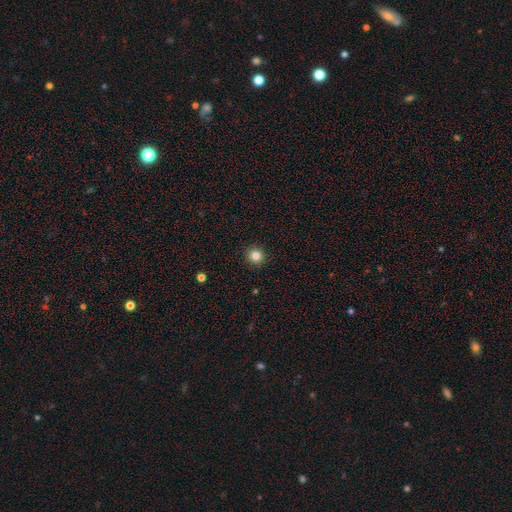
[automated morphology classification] Smooth or featured?
  - smooth: 82% *
  - star or artifact: 12%
  - featured or disk: 6%
How rounded?
  - round: 95% *
  - in between: 4%
  - cigar-shaped: 1%
Merging?
  - none: 93% *
  - minor disturbance: 5%
  - major disturbance: 2%
  - merger: 1%